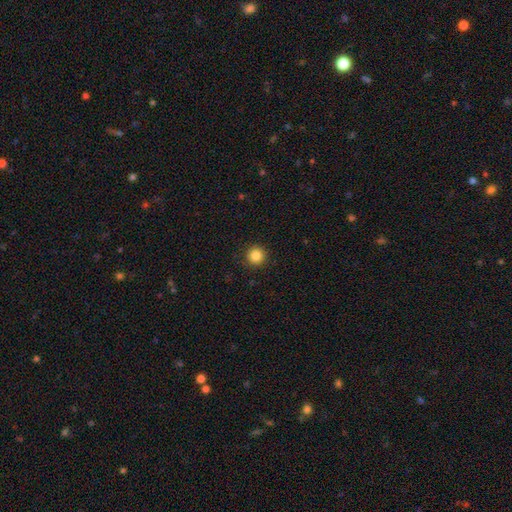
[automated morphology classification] Overall: smooth (85%). How rounded: round (96%). Merging: none (92%).